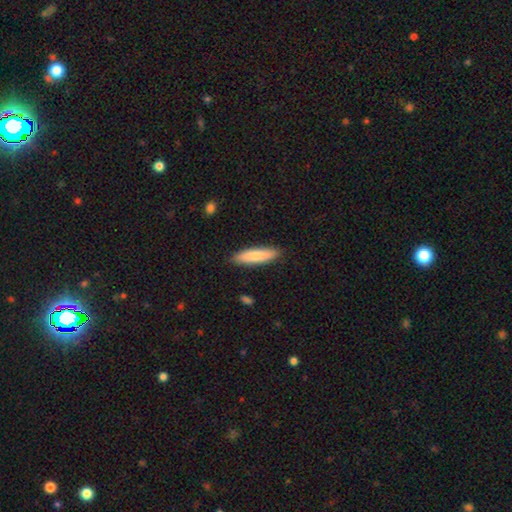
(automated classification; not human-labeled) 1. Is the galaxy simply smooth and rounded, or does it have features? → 81% smooth, 14% featured or disk, 5% star or artifact.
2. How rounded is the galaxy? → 76% cigar-shaped, 23% in between, 1% round.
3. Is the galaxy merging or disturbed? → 87% none, 10% minor disturbance, 2% major disturbance, 1% merger.